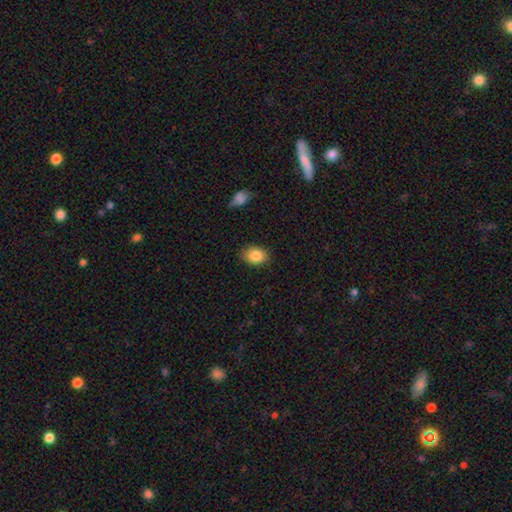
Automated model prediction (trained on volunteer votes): Smooth or featured? Predicted: smooth (p=0.85). How rounded? Predicted: in between (p=0.68). Merging? Predicted: none (p=0.86).